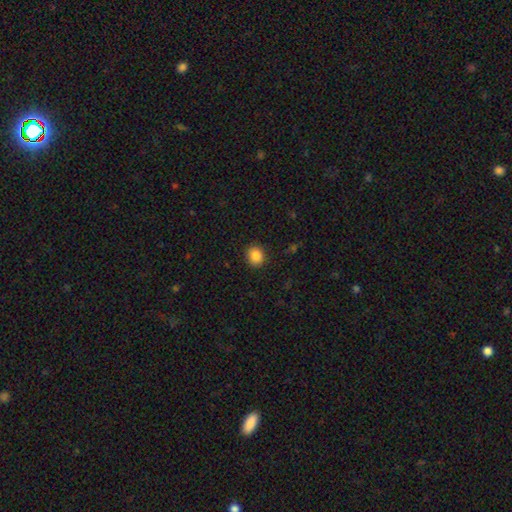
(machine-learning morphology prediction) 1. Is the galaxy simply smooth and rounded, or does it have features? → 87% smooth, 9% star or artifact, 4% featured or disk.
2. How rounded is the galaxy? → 77% round, 22% in between, 1% cigar-shaped.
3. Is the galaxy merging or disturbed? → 90% none, 7% minor disturbance, 2% major disturbance, 1% merger.